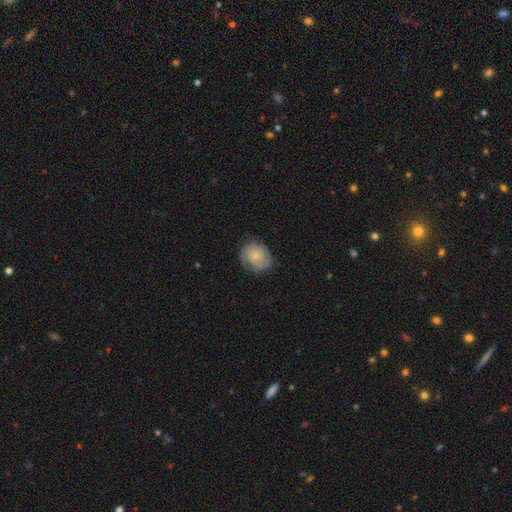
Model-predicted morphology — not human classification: A smooth galaxy with no disk features (61%) that is round (61%).

Vote fractions:
- Smooth or featured? smooth: 61% / featured or disk: 32% / star or artifact: 7%
- How rounded? round: 61% / in between: 38% / cigar-shaped: 1%
- Merging? none: 69% / minor disturbance: 23% / major disturbance: 7% / merger: 1%